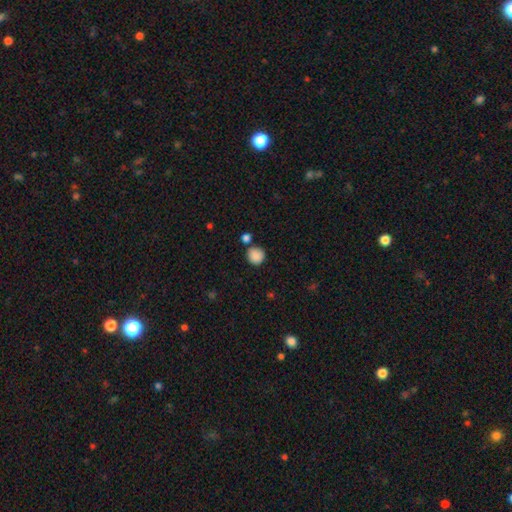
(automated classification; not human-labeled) The model was most divided on "merging": none: 74%, merger: 12%, minor disturbance: 11%, major disturbance: 3%. More confident: how rounded — round (91%); smooth or featured — smooth (87%).